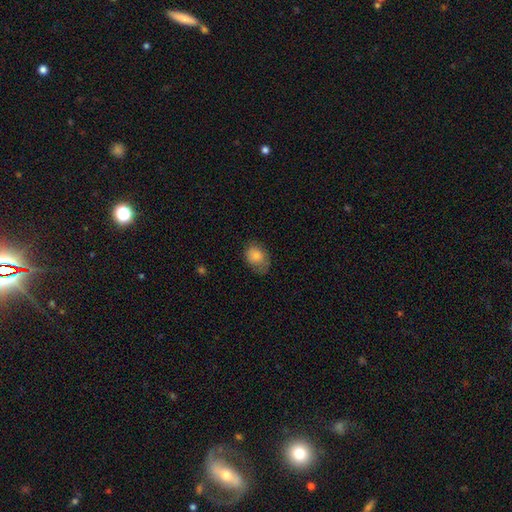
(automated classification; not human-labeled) Smooth or featured? Predicted: smooth (p=0.82). How rounded? Predicted: in between (p=0.63). Merging? Predicted: none (p=0.57).